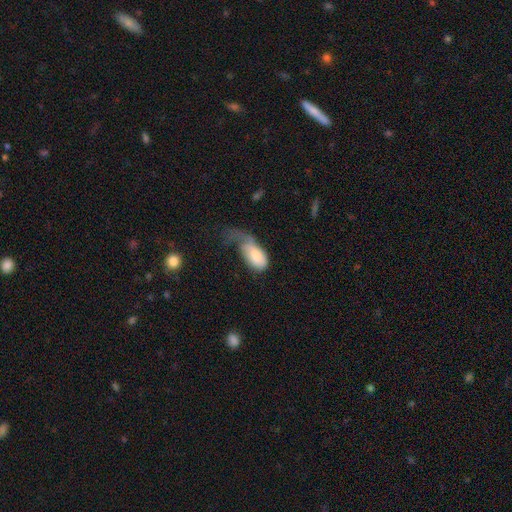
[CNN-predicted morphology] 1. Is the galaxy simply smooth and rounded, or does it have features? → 71% smooth, 23% featured or disk, 6% star or artifact.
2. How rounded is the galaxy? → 92% in between, 4% round, 3% cigar-shaped.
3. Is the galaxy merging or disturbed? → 62% major disturbance, 21% minor disturbance, 13% none, 4% merger.